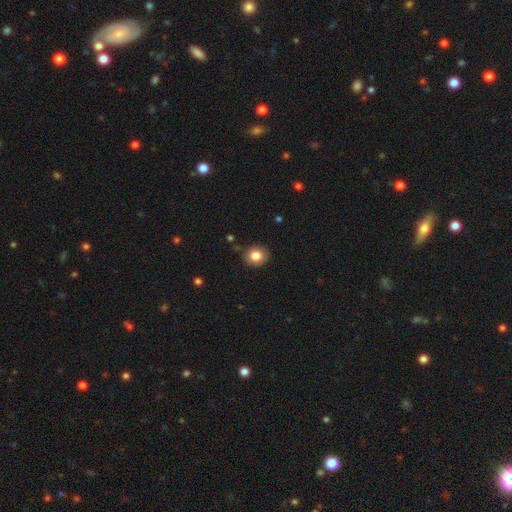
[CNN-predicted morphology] Overall: smooth (84%). How rounded: round (75%). Merging: none (85%).